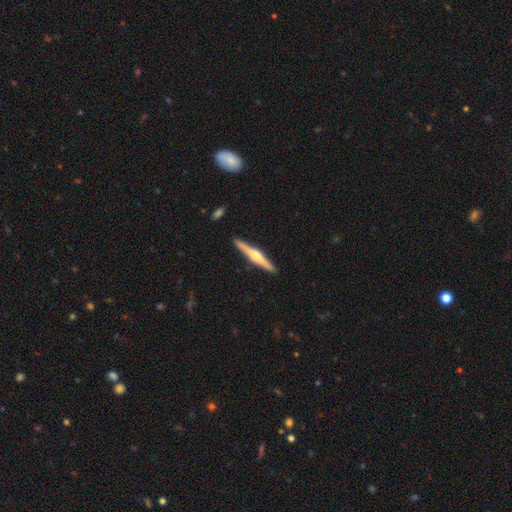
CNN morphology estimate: type=featured or disk (70%); edge-on=yes (98%); edge-on bulge=rounded (87%); merging=none (91%).